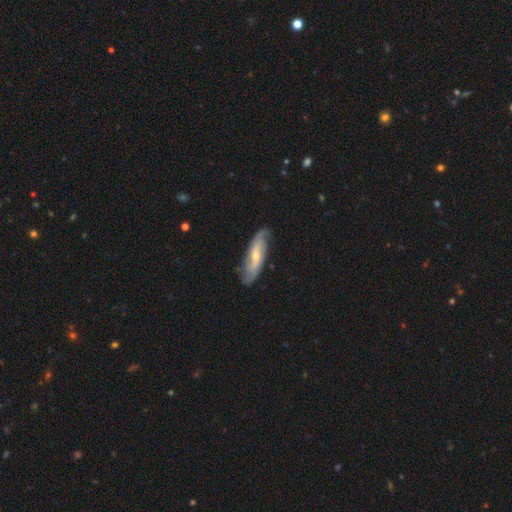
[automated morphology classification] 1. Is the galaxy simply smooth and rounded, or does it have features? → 75% featured or disk, 20% smooth, 5% star or artifact.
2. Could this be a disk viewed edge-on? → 83% no, 17% yes.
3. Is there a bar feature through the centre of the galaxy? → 43% no, 39% weak, 18% strong.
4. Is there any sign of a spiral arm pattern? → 92% yes, 8% no.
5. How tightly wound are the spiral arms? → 40% medium, 31% tight, 29% loose.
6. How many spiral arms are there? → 68% 2, 18% can't tell, 6% 3, 3% 1, 3% 4, 2% more than 4.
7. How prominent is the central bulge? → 60% small, 36% moderate, 2% none, 2% large, 1% dominant.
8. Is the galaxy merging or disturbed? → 78% none, 16% minor disturbance, 4% major disturbance, 1% merger.